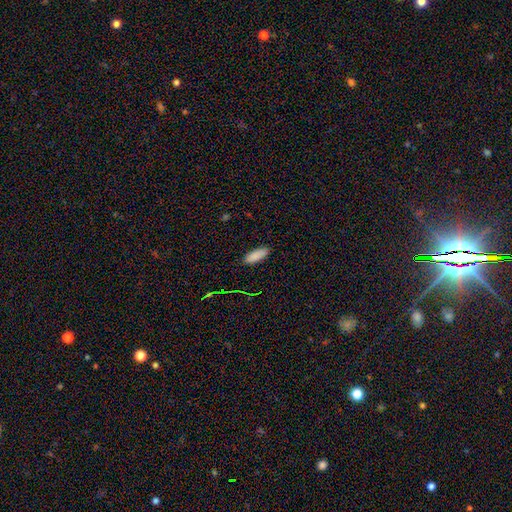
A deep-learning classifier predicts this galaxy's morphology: smooth 87%, star or artifact 8%, featured or disk 5%. Down the decision tree: how rounded — in between (74%); merging — none (88%).